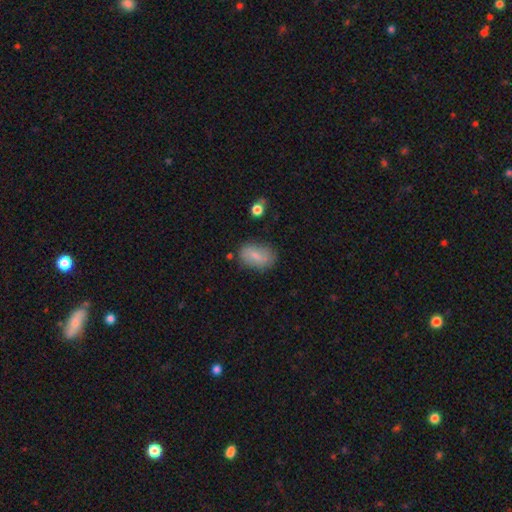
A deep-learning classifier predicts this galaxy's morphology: smooth_or_featured: smooth (p=0.75) [alt: featured or disk p=0.17]
how_rounded: in between (p=0.89) [alt: round p=0.08]
merging: none (p=0.73) [alt: minor disturbance p=0.19]